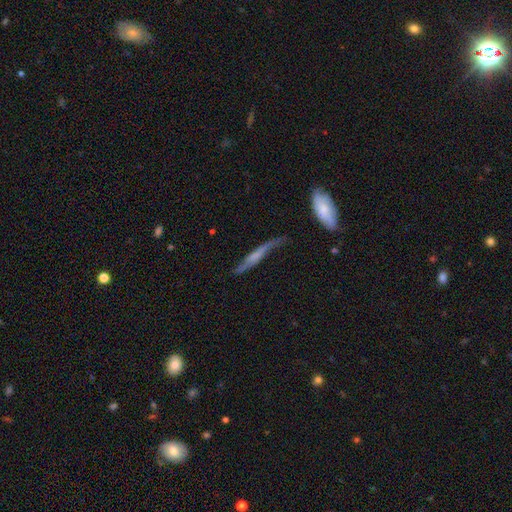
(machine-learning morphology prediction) smooth_or_featured: featured or disk (p=0.56) [alt: smooth p=0.37]
disk_edge_on: yes (p=0.68) [alt: no p=0.32]
merging: none (p=0.48) [alt: minor disturbance p=0.29]